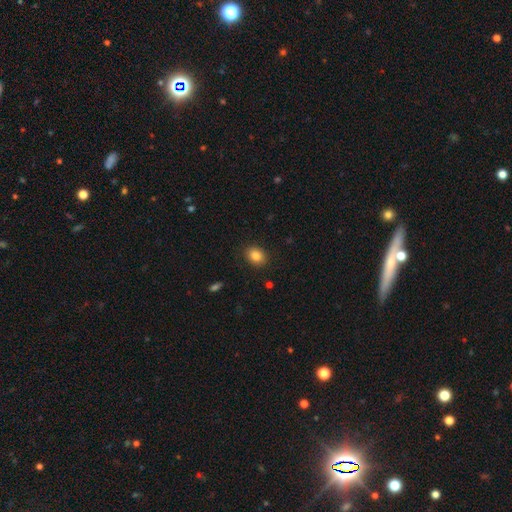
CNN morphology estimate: A smooth galaxy with no disk features (86%) that is in between round and cigar-shaped (59%).

Vote fractions:
- Smooth or featured? smooth: 86% / star or artifact: 9% / featured or disk: 5%
- How rounded? in between: 59% / round: 40% / cigar-shaped: 1%
- Merging? none: 88% / minor disturbance: 8% / major disturbance: 3% / merger: 1%